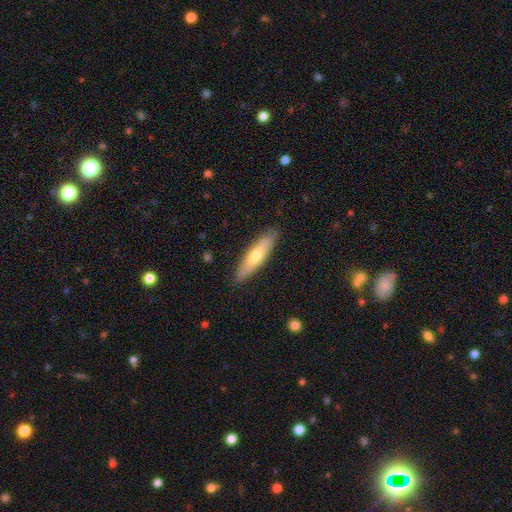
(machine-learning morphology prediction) smooth_or_featured: smooth (p=0.62) [alt: featured or disk p=0.33]
how_rounded: cigar-shaped (p=0.71) [alt: in between p=0.27]
merging: none (p=0.87) [alt: minor disturbance p=0.10]